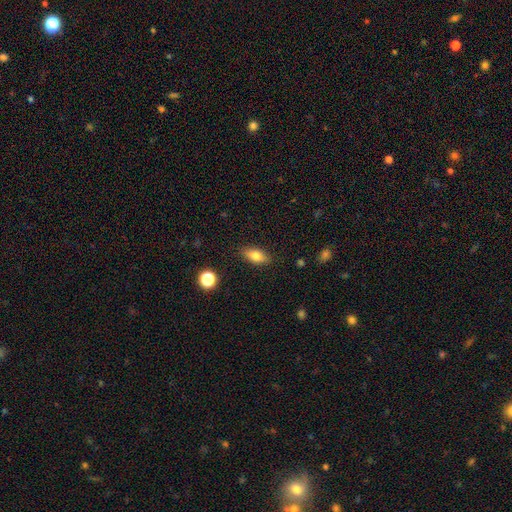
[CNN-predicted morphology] type=smooth (76%); roundness=in between (81%); merging=none (87%).